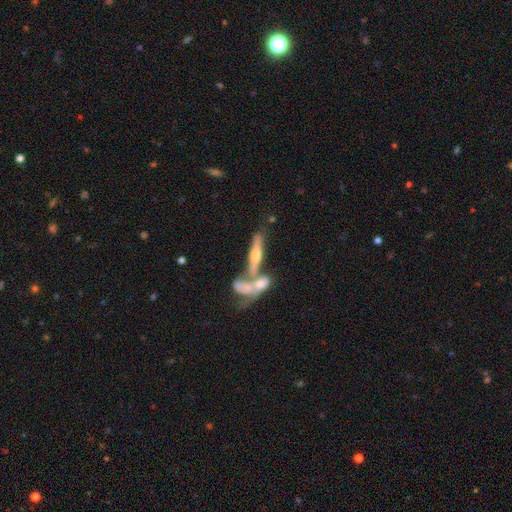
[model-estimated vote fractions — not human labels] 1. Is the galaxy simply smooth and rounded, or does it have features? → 66% featured or disk, 26% smooth, 9% star or artifact.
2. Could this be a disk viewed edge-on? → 79% yes, 21% no.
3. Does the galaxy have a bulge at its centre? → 88% rounded, 7% none, 5% boxy.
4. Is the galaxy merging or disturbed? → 49% merger, 34% none, 10% minor disturbance, 7% major disturbance.